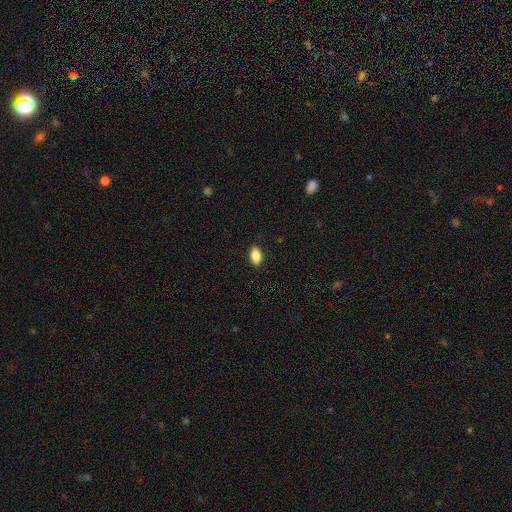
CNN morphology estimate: This appears to be a smooth galaxy with no disk features (86%) that is in between round and cigar-shaped (91%). Merging: none (89%).